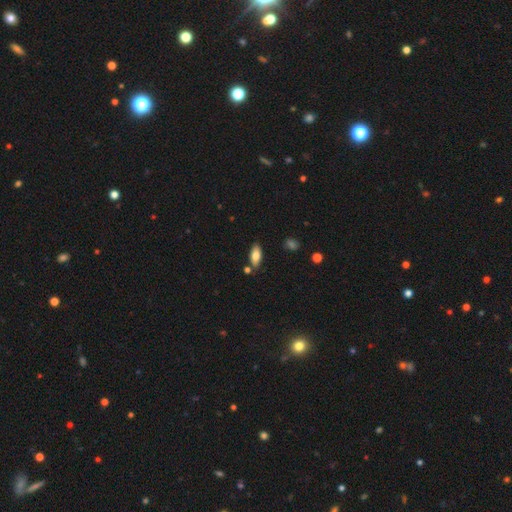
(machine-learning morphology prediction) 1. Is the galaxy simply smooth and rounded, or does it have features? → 76% smooth, 17% featured or disk, 7% star or artifact.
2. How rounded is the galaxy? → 85% in between, 13% cigar-shaped, 2% round.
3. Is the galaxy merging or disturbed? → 79% none, 12% minor disturbance, 7% merger, 2% major disturbance.